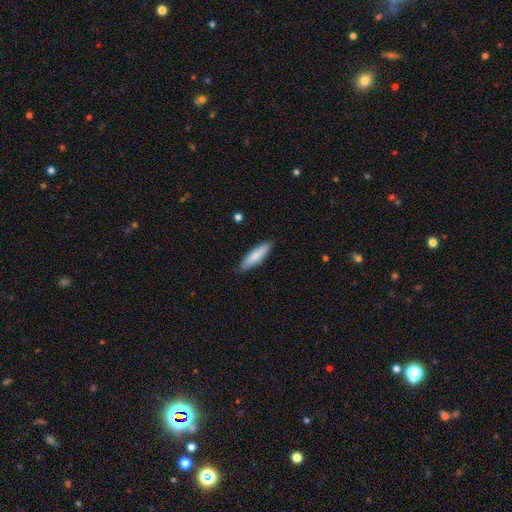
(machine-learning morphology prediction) This is clearly a smooth galaxy (84%). How rounded: likely cigar-shaped (68%). Merging: clearly none (89%).